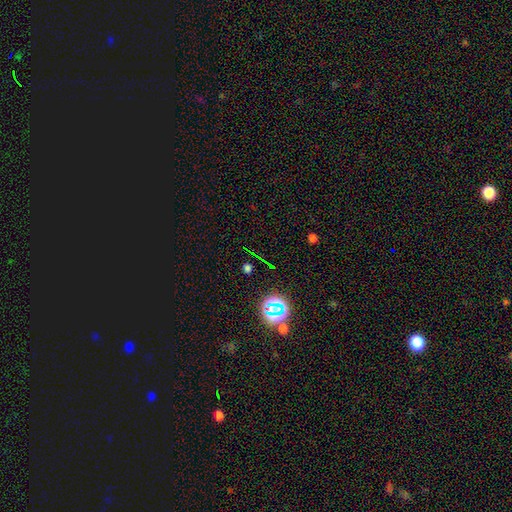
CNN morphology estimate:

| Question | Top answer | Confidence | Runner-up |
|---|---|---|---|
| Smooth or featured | star or artifact | 72% | smooth (17%) |